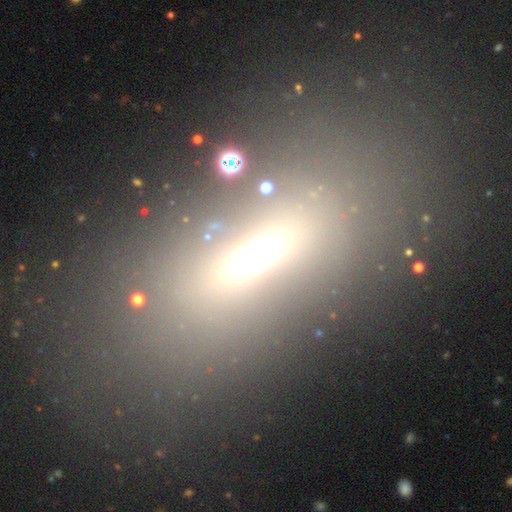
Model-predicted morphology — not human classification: Q: Smooth or featured?
A: smooth (49%); runner-up: featured or disk (28%)
Q: Merging?
A: none (71%); runner-up: minor disturbance (13%)